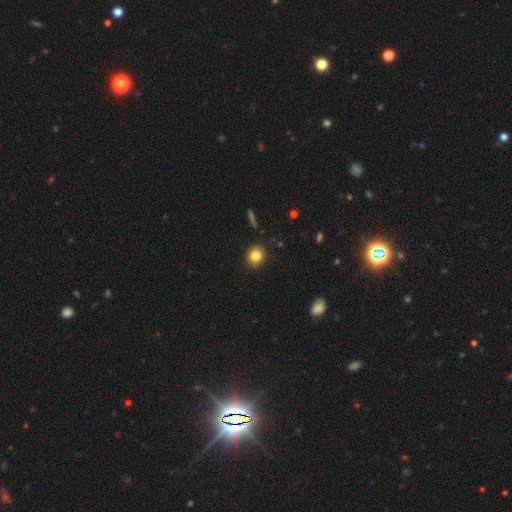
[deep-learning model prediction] Smooth or featured?
  - smooth: 82% *
  - star or artifact: 10%
  - featured or disk: 7%
How rounded?
  - round: 78% *
  - in between: 21%
  - cigar-shaped: 1%
Merging?
  - none: 89% *
  - minor disturbance: 8%
  - major disturbance: 2%
  - merger: 1%